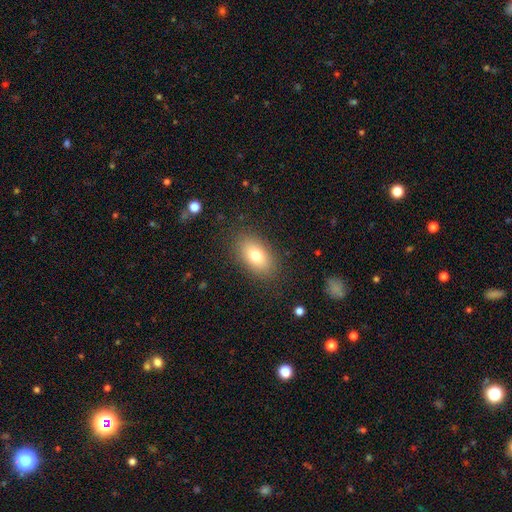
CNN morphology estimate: A smooth galaxy with no disk features (76%) that is in between round and cigar-shaped (87%). Merging: none (85%).